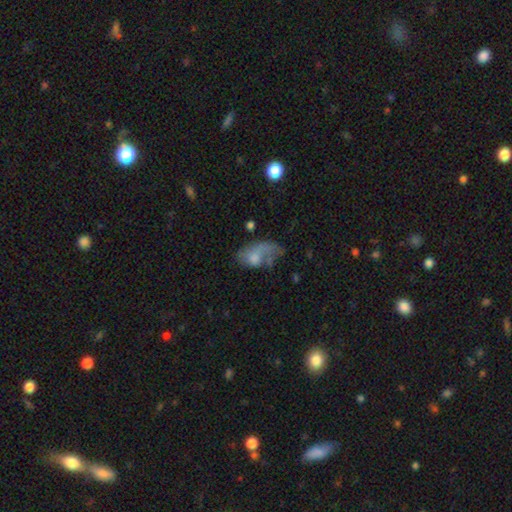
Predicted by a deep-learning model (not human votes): Smooth or featured? Predicted: smooth (p=0.55). How rounded? Predicted: in between (p=0.88). Merging? Predicted: major disturbance (p=0.46).